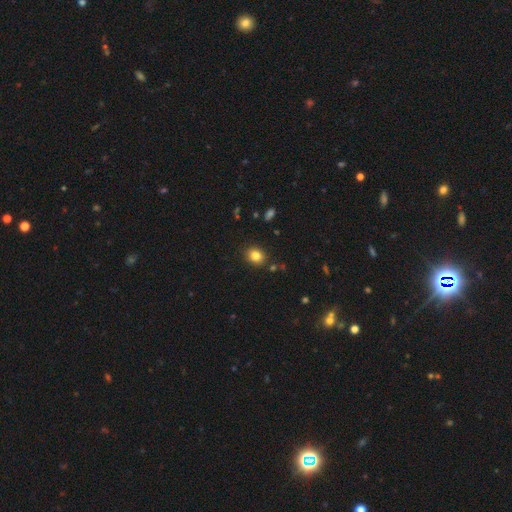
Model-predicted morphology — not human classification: Overall: smooth (82%). How rounded: round (60%; in between 39%). Merging: none (87%).